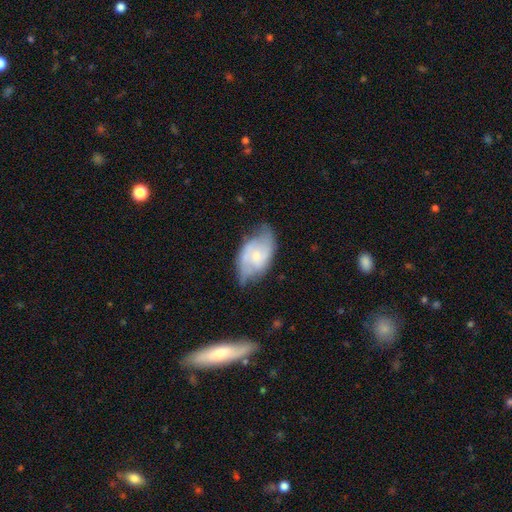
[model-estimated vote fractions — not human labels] The model was most divided on "spiral winding": medium: 44%, tight: 32%, loose: 24%. More confident: edge-on disk — no (94%); spiral arms — yes (87%); spiral arm count — 2 (69%); smooth or featured — featured or disk (67%); bulge size — small (61%); bar — no (60%); merging — none (60%).